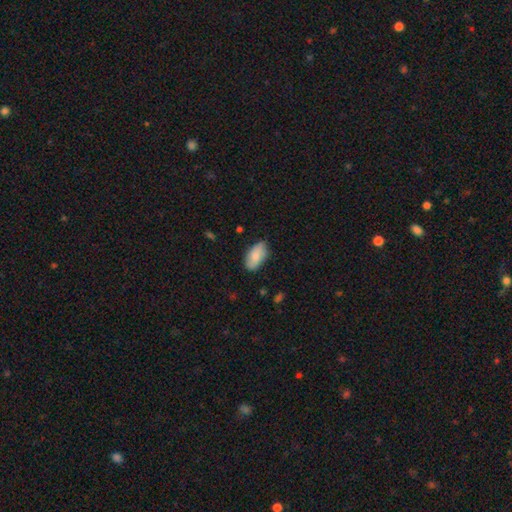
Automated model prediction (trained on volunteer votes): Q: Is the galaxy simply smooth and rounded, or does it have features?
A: smooth — 78%.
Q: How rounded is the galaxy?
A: in between — 94%.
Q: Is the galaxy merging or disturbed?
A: none — 73%.